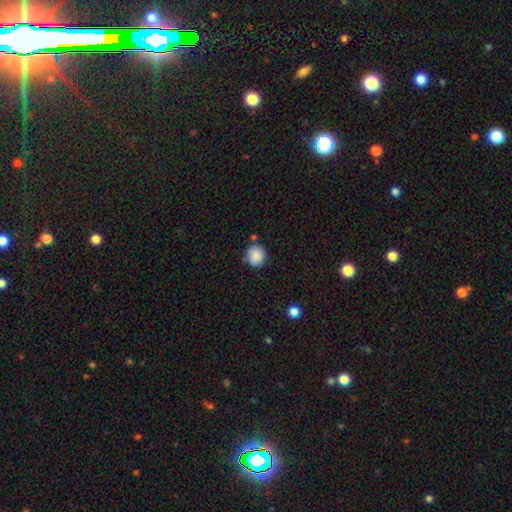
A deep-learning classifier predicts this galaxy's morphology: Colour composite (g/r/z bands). It shows a smooth galaxy with no disk features (88%) that is round (88%). Merging: none (80%).